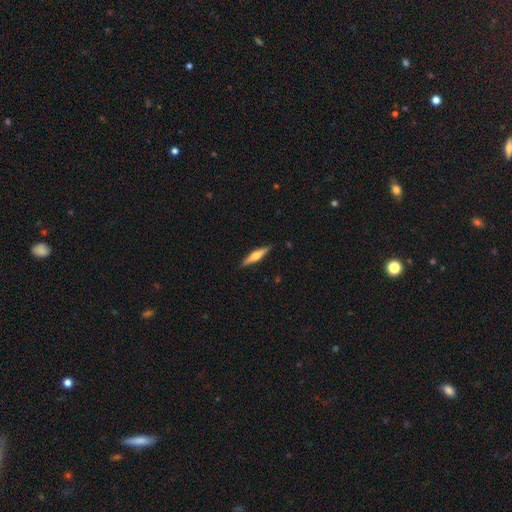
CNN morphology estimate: Smooth or featured: featured or disk — 56% (smooth — 38%)
Edge-on disk: yes — 96% (no — 4%)
Edge-on bulge: rounded — 89% (boxy — 6%)
Merging: none — 89% (minor disturbance — 8%)